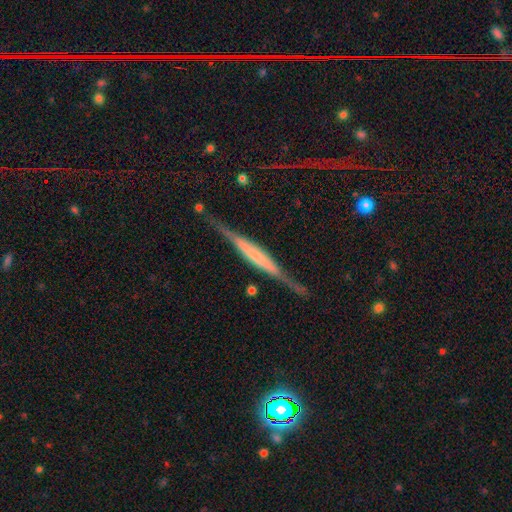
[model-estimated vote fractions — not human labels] featured or disk 76%, smooth 17%, star or artifact 6%. Down the decision tree: edge-on disk — yes (96%); edge-on bulge — boxy (49%); merging — none (79%).